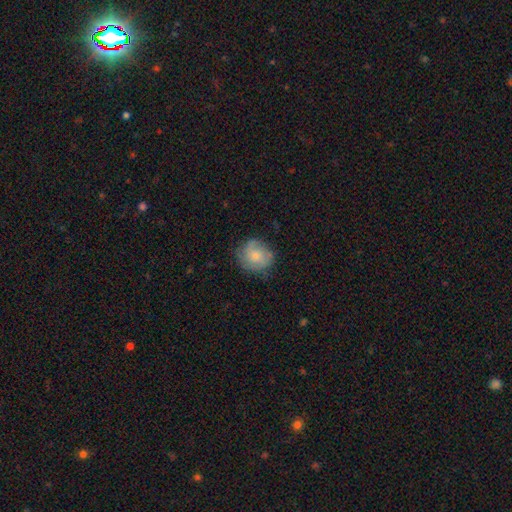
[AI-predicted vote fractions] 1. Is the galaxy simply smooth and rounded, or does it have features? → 60% smooth, 32% featured or disk, 7% star or artifact.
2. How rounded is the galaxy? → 80% round, 20% in between, 1% cigar-shaped.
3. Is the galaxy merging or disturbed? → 70% none, 22% minor disturbance, 7% major disturbance, 1% merger.